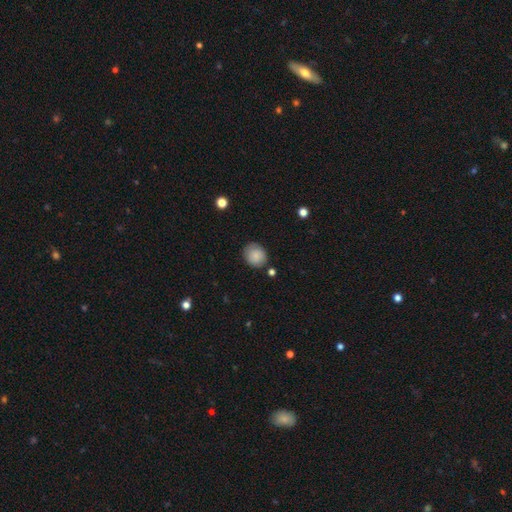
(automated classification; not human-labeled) Smooth or featured?
  - smooth: 86% *
  - star or artifact: 8%
  - featured or disk: 7%
How rounded?
  - round: 71% *
  - in between: 28%
  - cigar-shaped: 1%
Merging?
  - none: 81% *
  - minor disturbance: 14%
  - major disturbance: 3%
  - merger: 3%